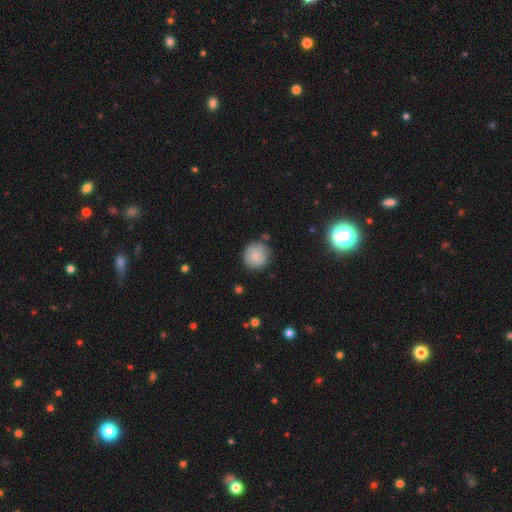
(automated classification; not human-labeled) This appears to be a smooth galaxy with no disk features (82%) that is round (93%). Merging: none (76%).